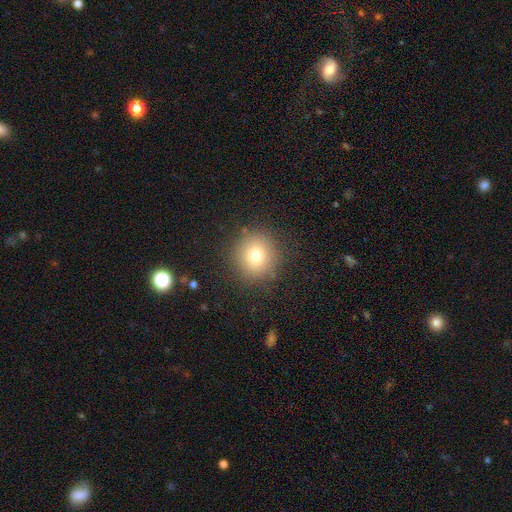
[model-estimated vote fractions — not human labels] Smooth or featured?
  - smooth: 74% *
  - star or artifact: 15%
  - featured or disk: 11%
How rounded?
  - round: 93% *
  - in between: 6%
  - cigar-shaped: 1%
Merging?
  - none: 88% *
  - minor disturbance: 7%
  - major disturbance: 3%
  - merger: 1%